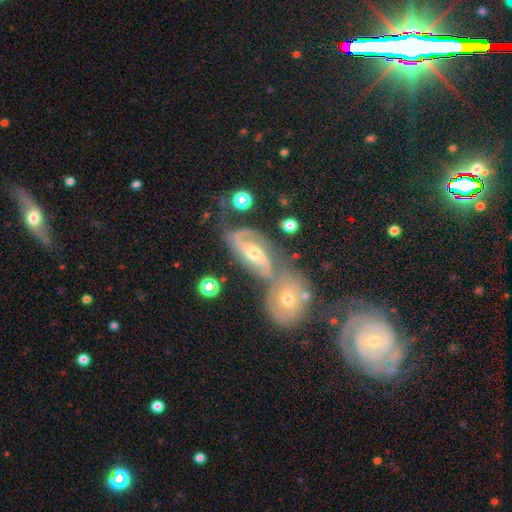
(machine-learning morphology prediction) This appears to be a star or artifact, not a galaxy (57%).